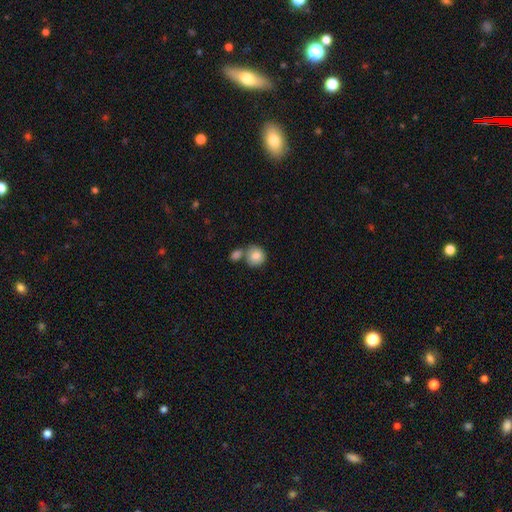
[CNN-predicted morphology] This is clearly a smooth galaxy (84%). How rounded: clearly round (85%). Merging: possibly none (50%).